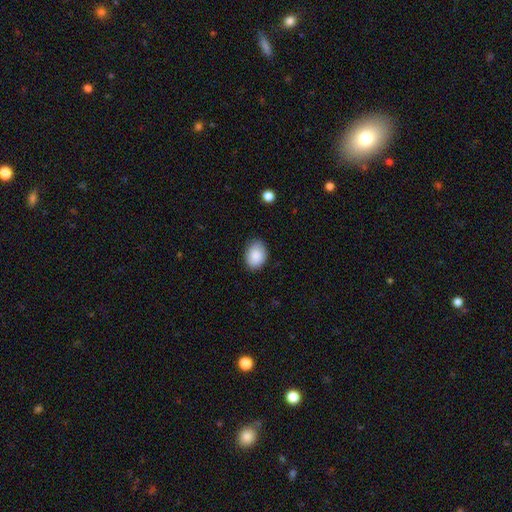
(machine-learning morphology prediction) type=smooth (88%); roundness=in between (69%); merging=none (83%).